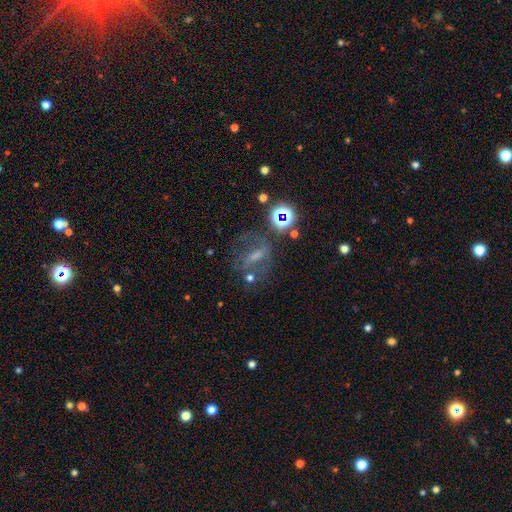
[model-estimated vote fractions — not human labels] Morphology: type=featured or disk (47%); merging=none (58%).